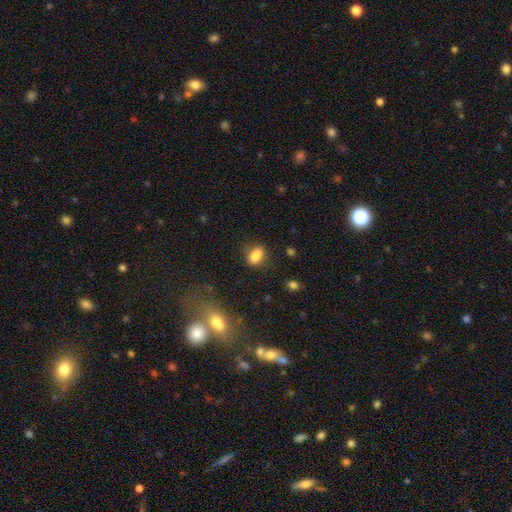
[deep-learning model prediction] A smooth galaxy with no disk features (84%) that is in between round and cigar-shaped (79%).

Vote fractions:
- Smooth or featured? smooth: 84% / star or artifact: 9% / featured or disk: 7%
- How rounded? in between: 79% / round: 18% / cigar-shaped: 4%
- Merging? none: 78% / minor disturbance: 14% / major disturbance: 5% / merger: 3%